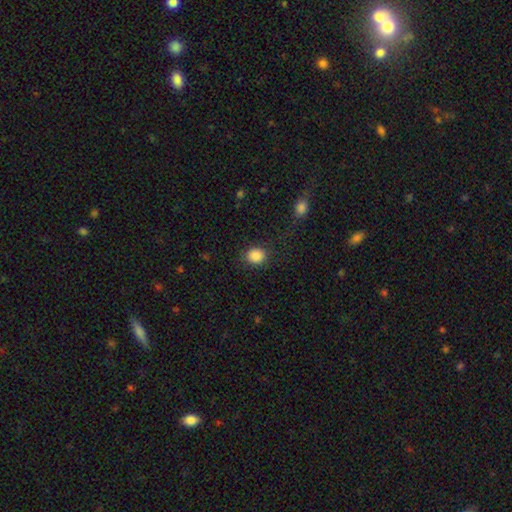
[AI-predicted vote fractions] Overall: smooth (87%). How rounded: round (74%). Merging: none (83%).